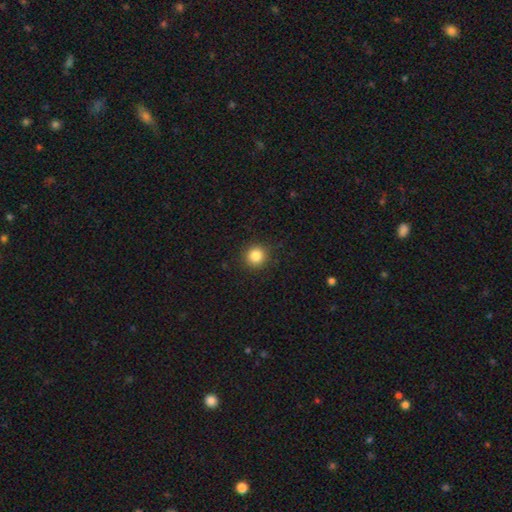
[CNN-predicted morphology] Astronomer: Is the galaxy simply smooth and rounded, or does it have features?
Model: smooth — 85%.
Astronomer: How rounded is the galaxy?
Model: round — 94%.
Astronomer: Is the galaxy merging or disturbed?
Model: none — 91%.